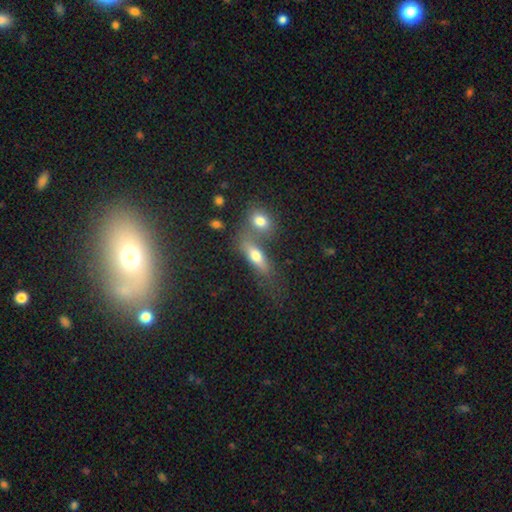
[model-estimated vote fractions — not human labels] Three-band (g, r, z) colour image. It shows a smooth galaxy with no disk features (66%) that is in between round and cigar-shaped (62%). Merging: merger (41%).